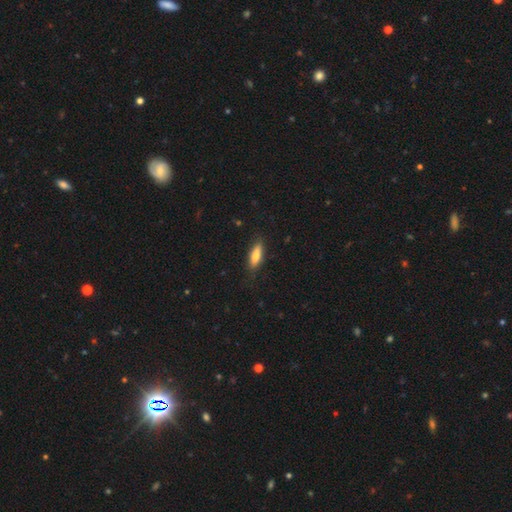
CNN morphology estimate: type=smooth (73%); roundness=in between (56%); merging=none (84%).